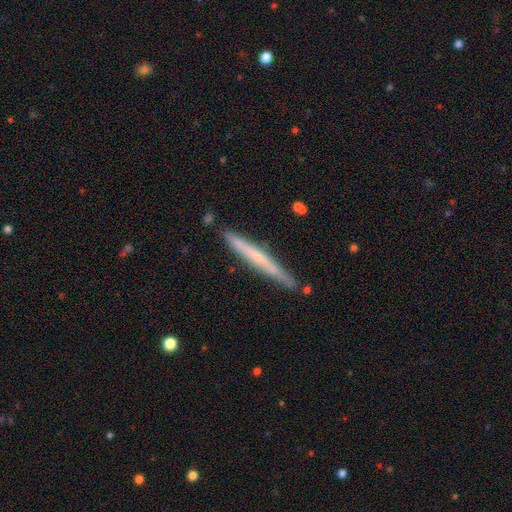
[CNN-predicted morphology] A smooth galaxy with no disk features (48%).

Vote fractions:
- Smooth or featured? smooth: 48% / featured or disk: 46% / star or artifact: 6%
- Merging? none: 84% / minor disturbance: 12% / merger: 3% / major disturbance: 2%